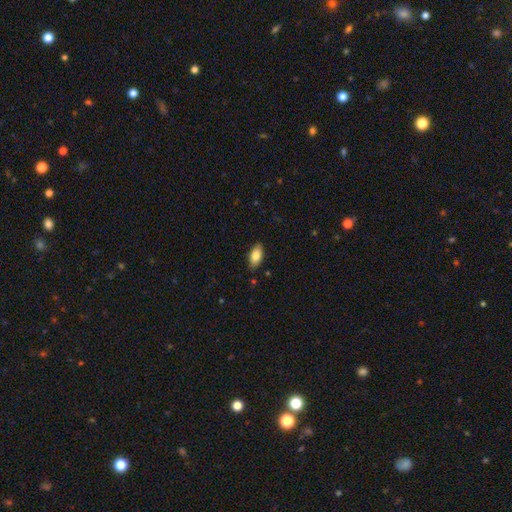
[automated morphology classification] smooth_or_featured: smooth (p=0.84) [alt: featured or disk p=0.09]
how_rounded: in between (p=0.91) [alt: cigar-shaped p=0.06]
merging: none (p=0.86) [alt: minor disturbance p=0.11]